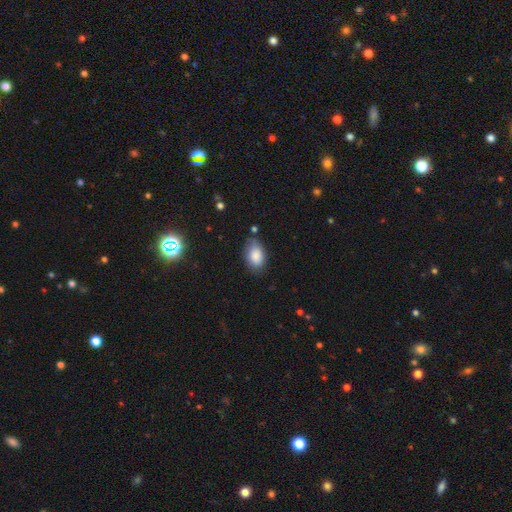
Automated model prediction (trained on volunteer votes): smooth 85%, featured or disk 7%, star or artifact 7%. Down the decision tree: how rounded — in between (91%); merging — none (73%).